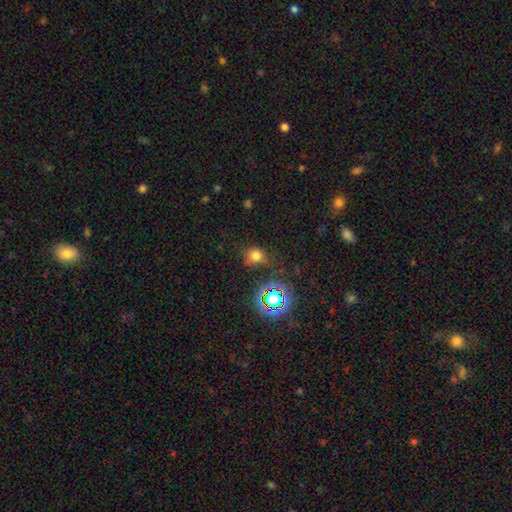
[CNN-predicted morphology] smooth-or-featured: smooth: 66% | star or artifact: 26% | featured or disk: 8%
  how-rounded: round: 73% | in between: 25% | cigar-shaped: 1%
  merging: none: 66% | minor disturbance: 20% | major disturbance: 9% | merger: 4%